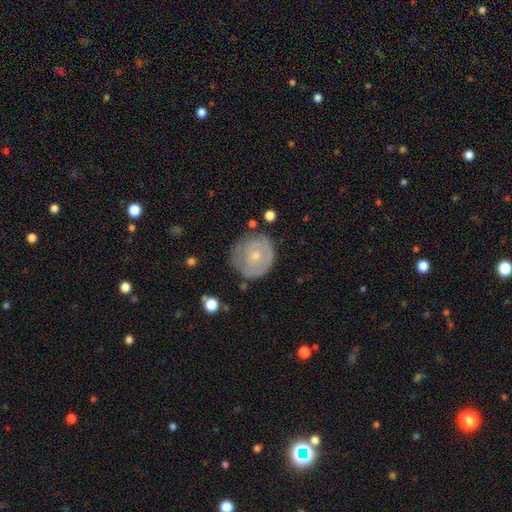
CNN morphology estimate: A featured or disk galaxy (48%).

Vote fractions:
- Smooth or featured? featured or disk: 48% / smooth: 45% / star or artifact: 7%
- Merging? none: 65% / minor disturbance: 25% / major disturbance: 8% / merger: 3%